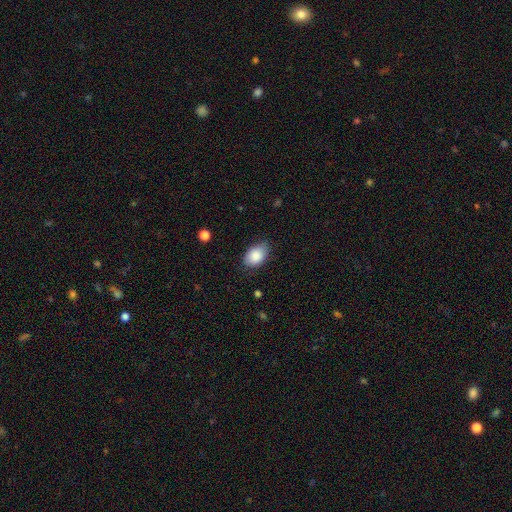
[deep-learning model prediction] A smooth galaxy with no disk features (88%) that is in between round and cigar-shaped (88%). Merging: none (74%).